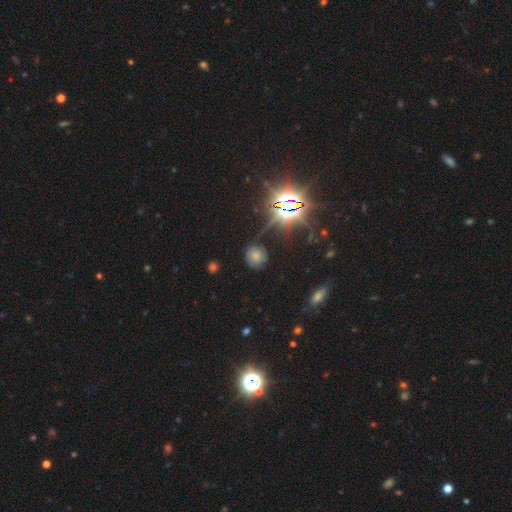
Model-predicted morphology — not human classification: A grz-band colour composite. It shows a smooth galaxy with no disk features (57%) that is round (85%). Merging: none (78%).